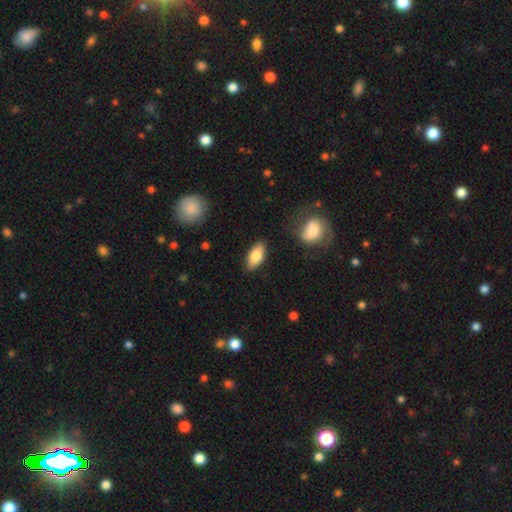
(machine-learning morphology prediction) type=smooth (79%); roundness=in between (88%); merging=none (86%).